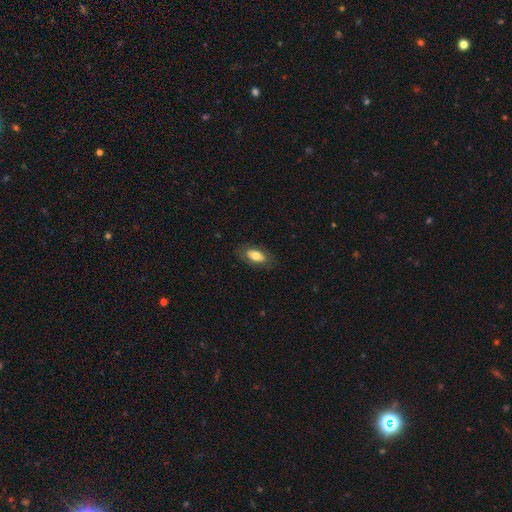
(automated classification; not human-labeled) This is likely a smooth galaxy (66%). How rounded: clearly in between (90%). Merging: likely none (80%).